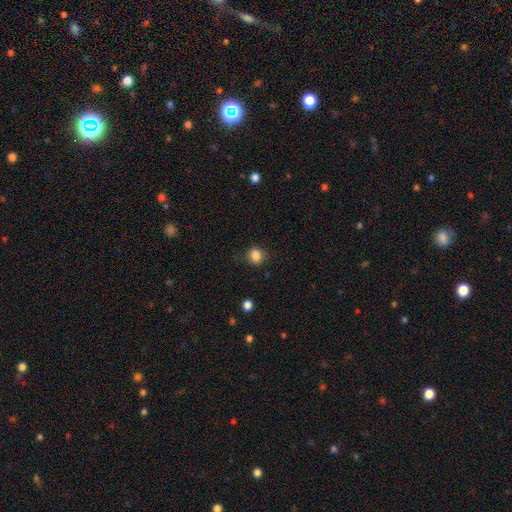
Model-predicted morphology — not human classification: The model was most divided on "how rounded": round: 67%, in between: 31%, cigar-shaped: 1%. More confident: smooth or featured — smooth (85%); merging — none (79%).